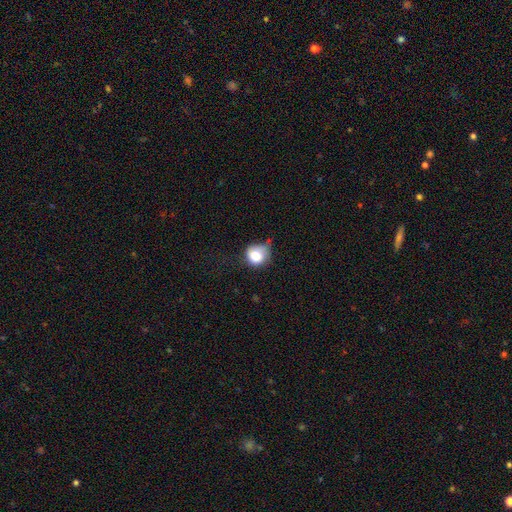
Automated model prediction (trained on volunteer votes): Smooth or featured? Predicted: smooth (p=0.78). How rounded? Predicted: round (p=0.83). Merging? Predicted: minor disturbance (p=0.41).